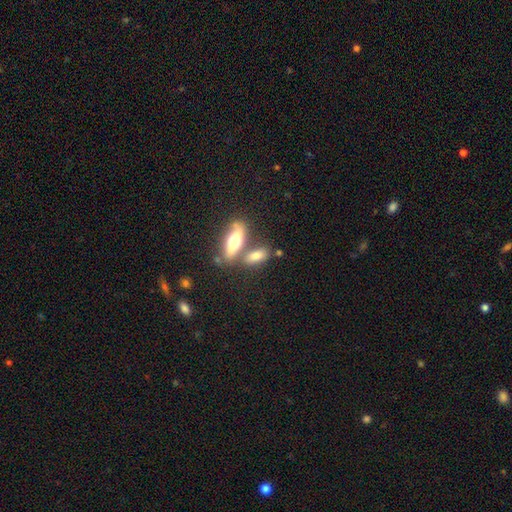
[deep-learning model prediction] Overall: smooth (71%). How rounded: in between (67%; cigar-shaped 28%). Merging: none (52%; merger 32%).